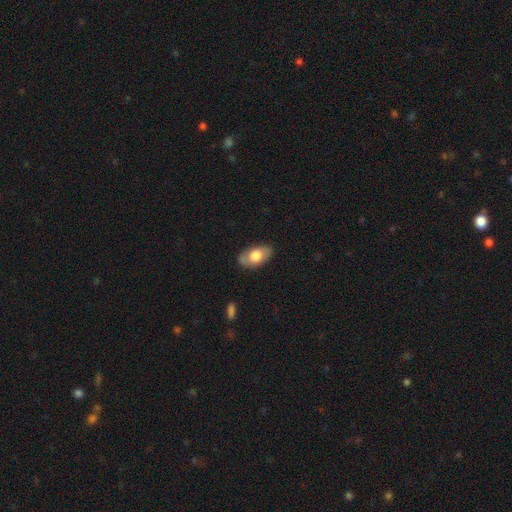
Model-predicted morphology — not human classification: smooth 68%, featured or disk 27%, star or artifact 6%. Down the decision tree: how rounded — in between (92%); merging — none (79%).